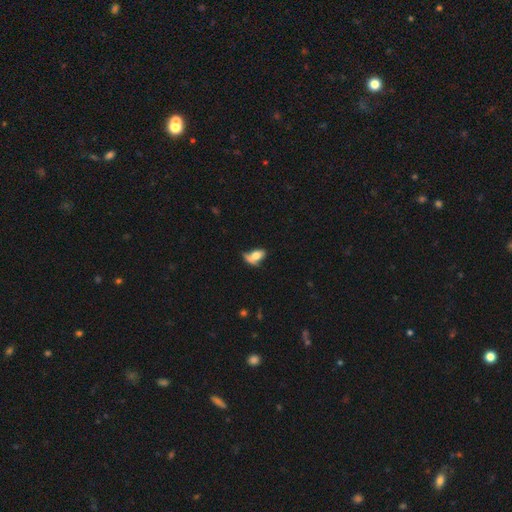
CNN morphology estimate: Smooth or featured? smooth (67%)
How rounded? in between (85%)
Merging? minor disturbance (30%)